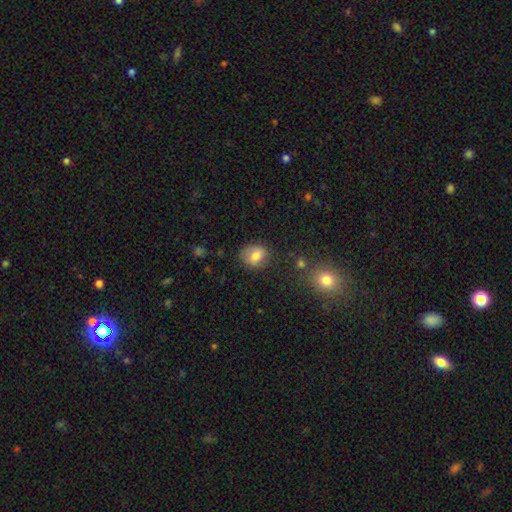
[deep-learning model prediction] Morphology: type=smooth (76%); roundness=round (53%); merging=none (76%).